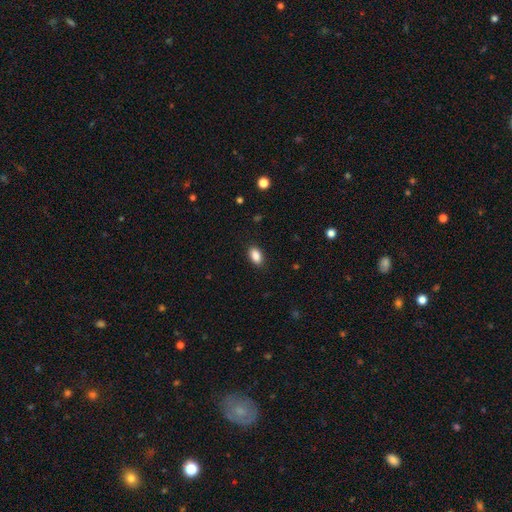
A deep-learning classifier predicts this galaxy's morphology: This appears to be a smooth galaxy with no disk features (88%) that is in between round and cigar-shaped (91%). Merging: none (88%).